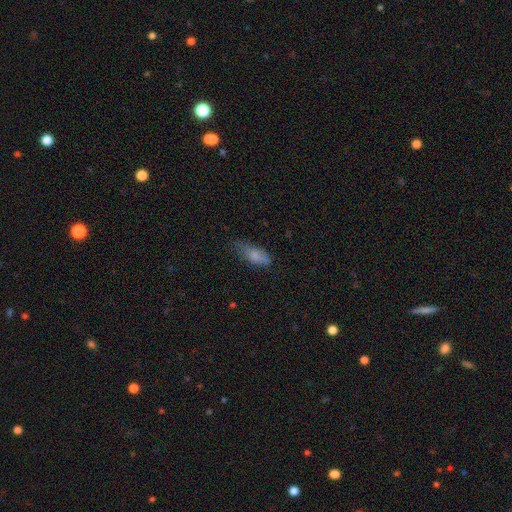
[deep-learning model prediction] Smooth or featured? Predicted: smooth (p=0.76). How rounded? Predicted: in between (p=0.73). Merging? Predicted: none (p=0.52).